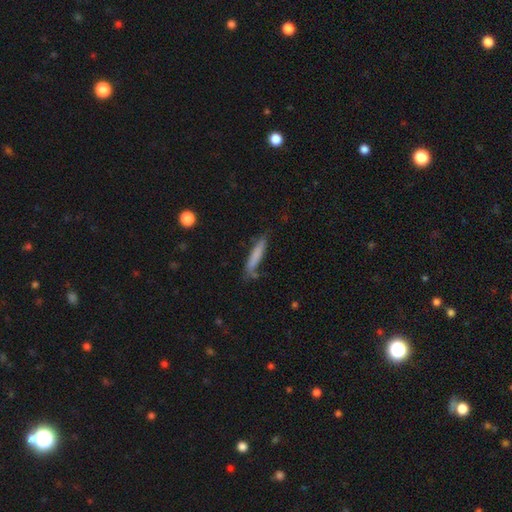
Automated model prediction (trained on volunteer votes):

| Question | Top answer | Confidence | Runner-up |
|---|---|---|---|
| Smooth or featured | smooth | 74% | featured or disk (19%) |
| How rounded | cigar-shaped | 90% | in between (8%) |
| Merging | none | 74% | minor disturbance (18%) |